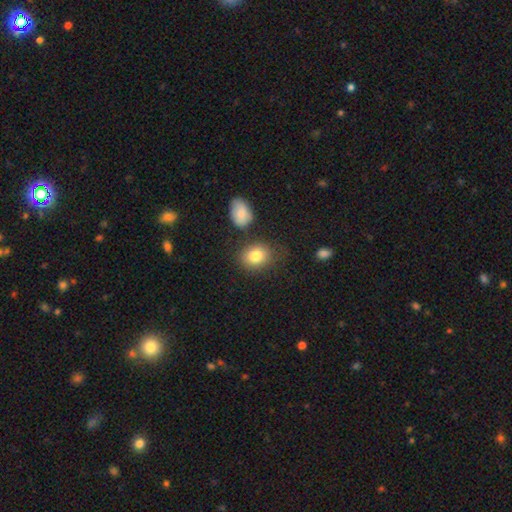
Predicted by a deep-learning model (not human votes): Smooth or featured? smooth (82%)
How rounded? round (51%)
Merging? none (74%)